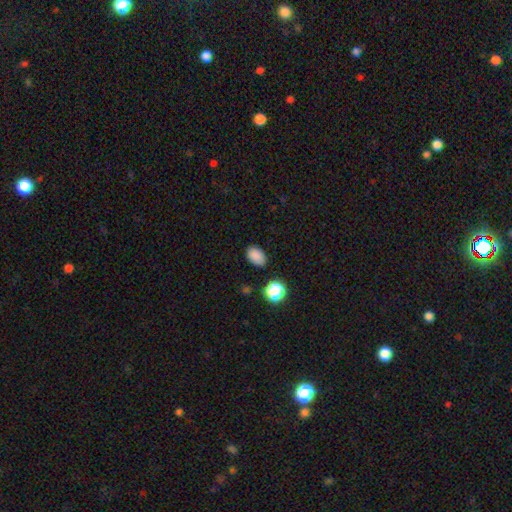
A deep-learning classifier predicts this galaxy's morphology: smooth_or_featured: smooth (p=0.85) [alt: star or artifact p=0.11]
how_rounded: in between (p=0.83) [alt: round p=0.16]
merging: none (p=0.83) [alt: minor disturbance p=0.12]